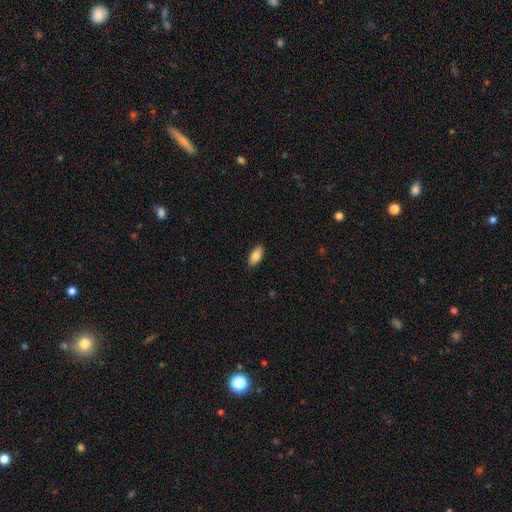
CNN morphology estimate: Q: Smooth or featured?
A: smooth (86%); runner-up: featured or disk (8%)
Q: How rounded?
A: in between (89%); runner-up: cigar-shaped (9%)
Q: Merging?
A: none (88%); runner-up: minor disturbance (9%)